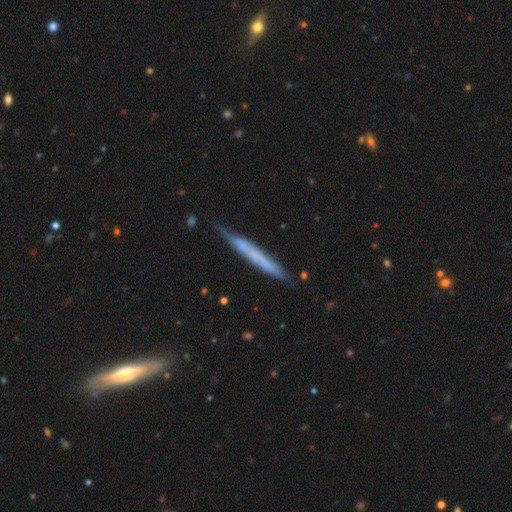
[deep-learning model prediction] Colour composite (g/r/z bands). It shows a featured or disk galaxy (47%). Merging: none (76%).